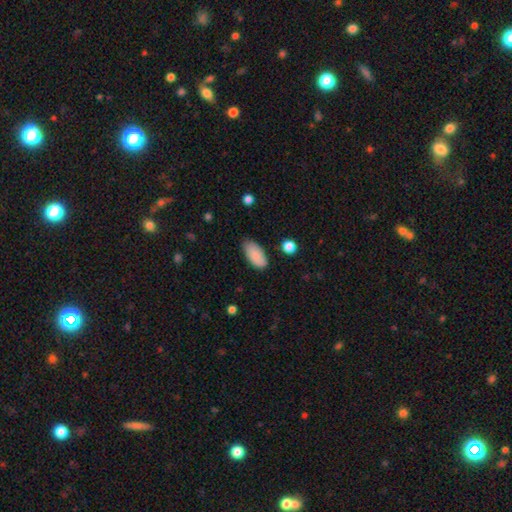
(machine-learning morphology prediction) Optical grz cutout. It shows a smooth galaxy with no disk features (84%) that is in between round and cigar-shaped (94%). Merging: none (77%).